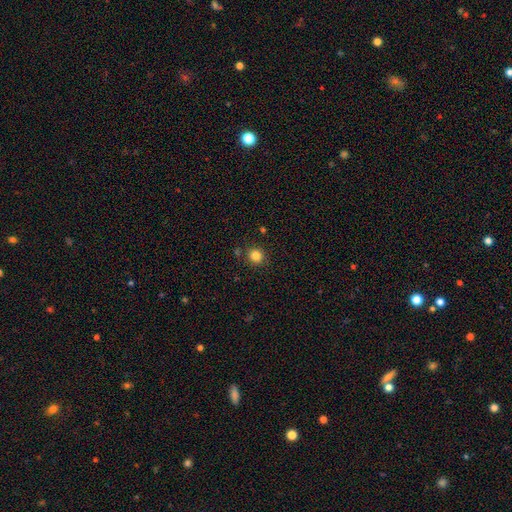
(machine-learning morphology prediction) The model was most divided on "smooth or featured": smooth: 83%, star or artifact: 12%, featured or disk: 5%. More confident: how rounded — round (90%); merging — none (86%).